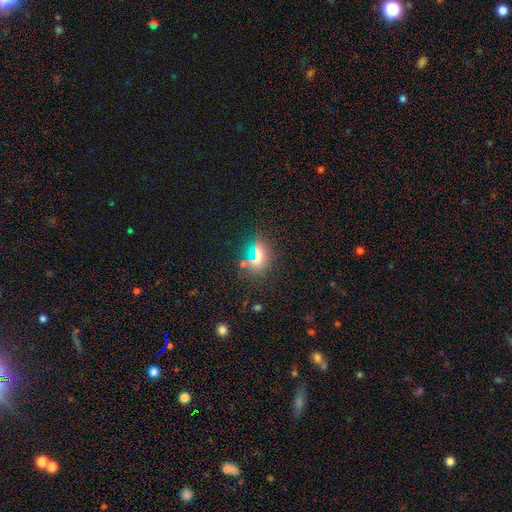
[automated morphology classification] Overall: smooth (58%; star or artifact 28%). How rounded: round (47%; in between 46%). Merging: none (77%).